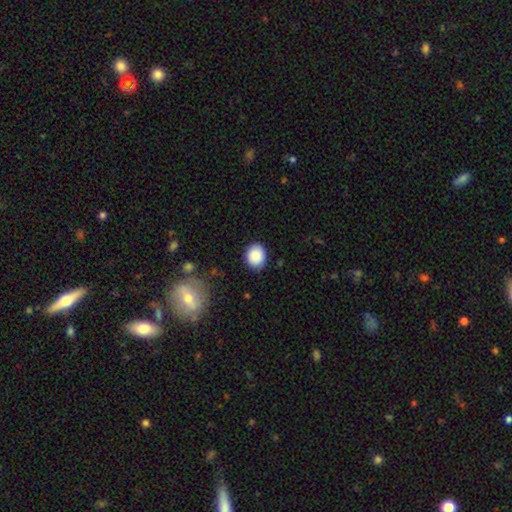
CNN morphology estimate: Smooth or featured?
  - smooth: 89% *
  - star or artifact: 8%
  - featured or disk: 4%
How rounded?
  - round: 62% *
  - in between: 37%
  - cigar-shaped: 1%
Merging?
  - none: 87% *
  - minor disturbance: 9%
  - major disturbance: 2%
  - merger: 1%